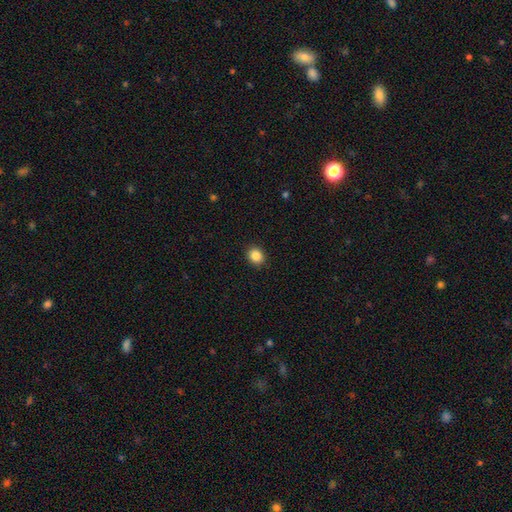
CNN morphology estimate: Q: Smooth or featured?
A: smooth (87%); runner-up: star or artifact (10%)
Q: How rounded?
A: round (74%); runner-up: in between (25%)
Q: Merging?
A: none (92%); runner-up: minor disturbance (5%)